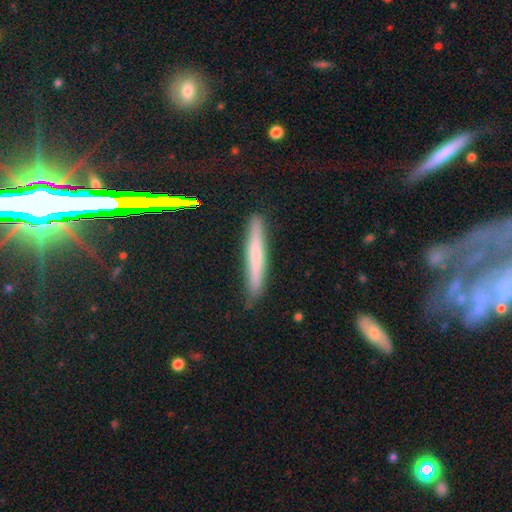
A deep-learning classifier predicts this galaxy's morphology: smooth_or_featured: smooth (p=0.55) [alt: featured or disk p=0.36]
how_rounded: cigar-shaped (p=0.96) [alt: in between p=0.03]
merging: none (p=0.87) [alt: minor disturbance p=0.10]